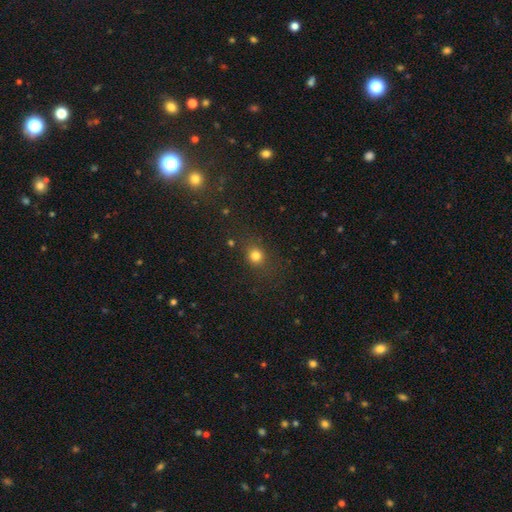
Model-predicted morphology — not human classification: Q: Smooth or featured?
A: smooth (79%); runner-up: star or artifact (15%)
Q: How rounded?
A: round (79%); runner-up: in between (20%)
Q: Merging?
A: none (78%); runner-up: minor disturbance (12%)